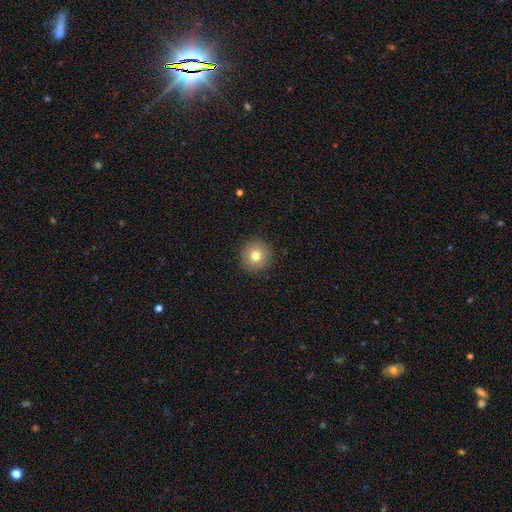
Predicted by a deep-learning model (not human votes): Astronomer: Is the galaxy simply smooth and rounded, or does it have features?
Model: smooth — 78%.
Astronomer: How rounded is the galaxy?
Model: round — 95%.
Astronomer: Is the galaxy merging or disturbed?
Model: none — 92%.